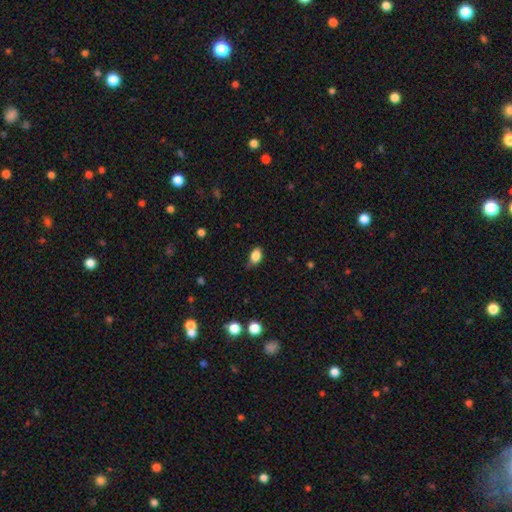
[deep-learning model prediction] A smooth galaxy with no disk features (86%) that is in between round and cigar-shaped (87%). Merging: none (69%).